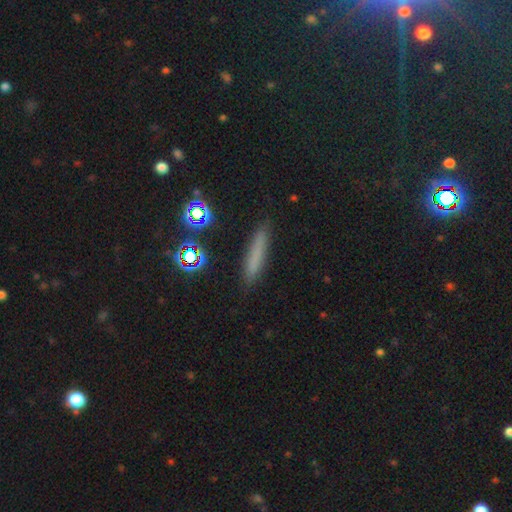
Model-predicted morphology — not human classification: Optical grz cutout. It shows a smooth galaxy with no disk features (65%) that is cigar-shaped (90%). Merging: none (86%).